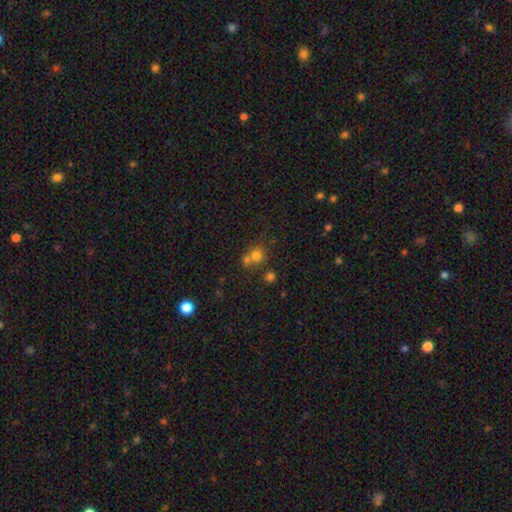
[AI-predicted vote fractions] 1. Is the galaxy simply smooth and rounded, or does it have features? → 72% smooth, 17% star or artifact, 11% featured or disk.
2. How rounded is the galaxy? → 80% round, 19% in between, 1% cigar-shaped.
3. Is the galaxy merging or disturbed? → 47% none, 41% merger, 9% minor disturbance, 4% major disturbance.